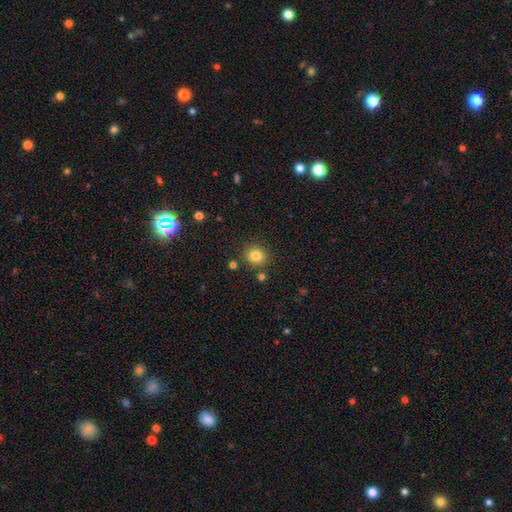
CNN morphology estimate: type=smooth (82%); roundness=round (86%); merging=none (86%).